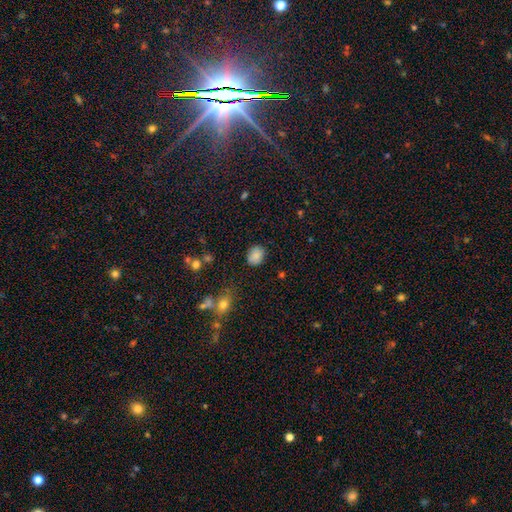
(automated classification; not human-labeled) Morphology: type=smooth (84%); roundness=round (52%); merging=none (81%).